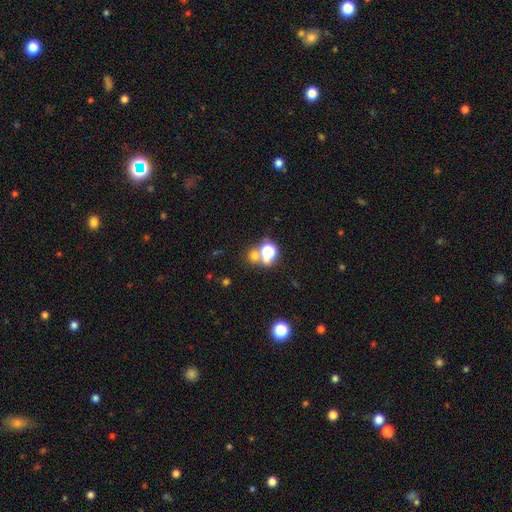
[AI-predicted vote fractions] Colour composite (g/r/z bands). It shows a smooth galaxy with no disk features (59%) that is round (65%). Merging: none (47%).